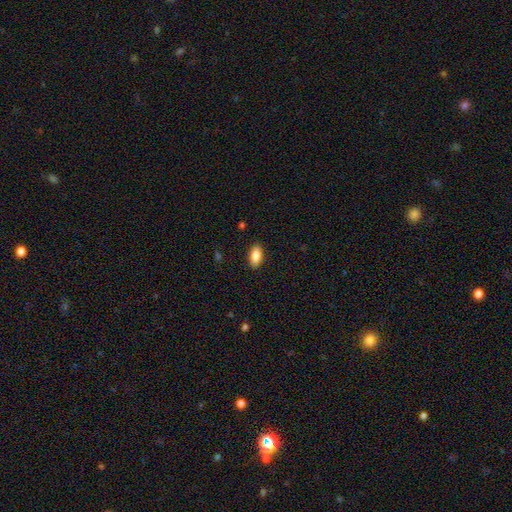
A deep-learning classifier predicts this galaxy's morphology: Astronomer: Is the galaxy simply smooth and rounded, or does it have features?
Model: smooth — 86%.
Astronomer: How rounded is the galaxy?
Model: in between — 89%.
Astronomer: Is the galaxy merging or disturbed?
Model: none — 89%.